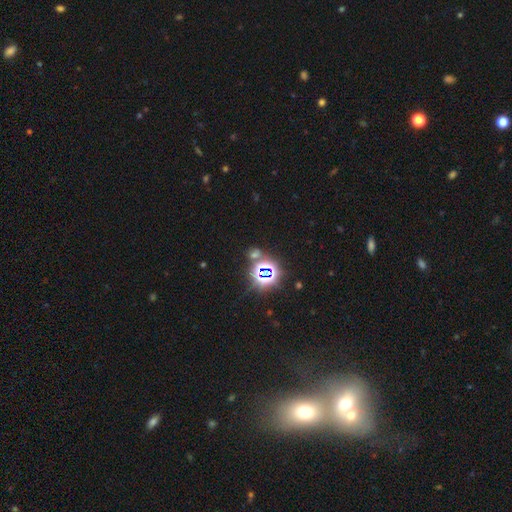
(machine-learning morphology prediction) smooth_or_featured: star or artifact (p=0.77) [alt: smooth p=0.16]